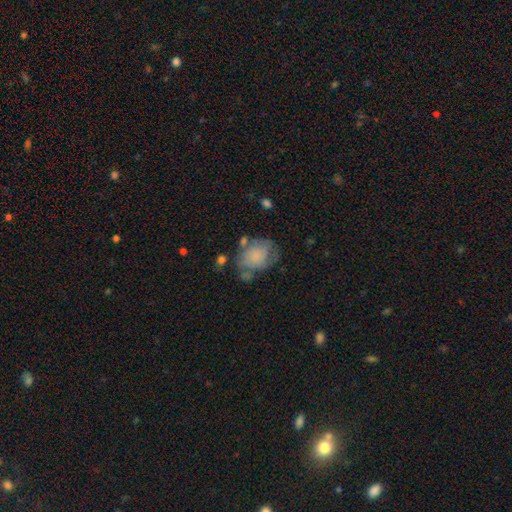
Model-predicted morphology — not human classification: The model was most divided on "merging": none: 44%, minor disturbance: 28%, major disturbance: 19%, merger: 9%. More confident: how rounded — in between (59%); smooth or featured — smooth (59%).